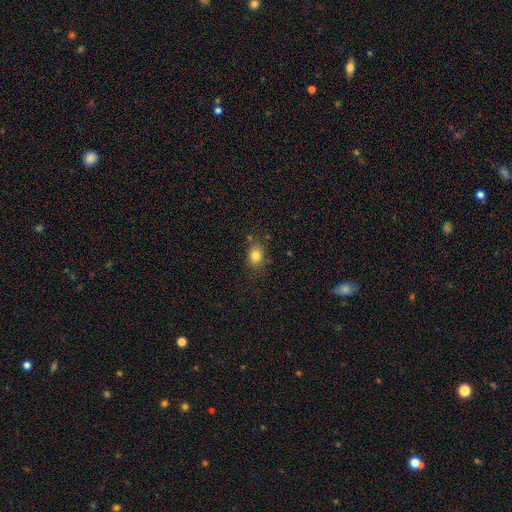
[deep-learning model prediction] The model was most divided on "how rounded": in between: 56%, round: 43%, cigar-shaped: 1%. More confident: smooth or featured — smooth (81%); merging — none (77%).